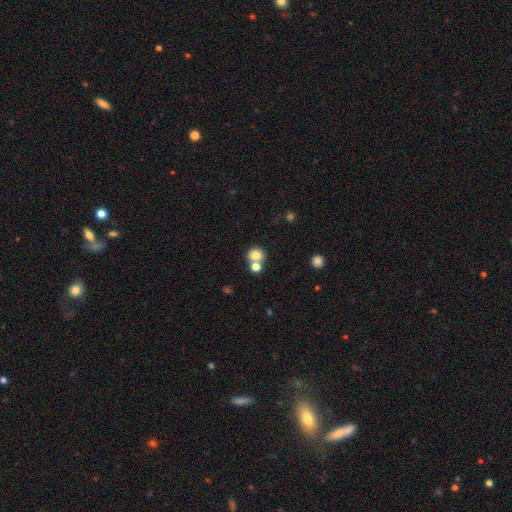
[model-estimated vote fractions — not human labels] Smooth or featured?
  - smooth: 78% *
  - star or artifact: 12%
  - featured or disk: 10%
How rounded?
  - round: 82% *
  - in between: 17%
  - cigar-shaped: 1%
Merging?
  - none: 50% *
  - merger: 40%
  - minor disturbance: 7%
  - major disturbance: 3%